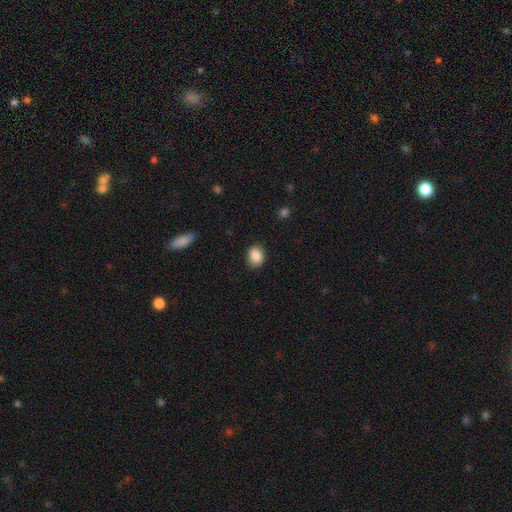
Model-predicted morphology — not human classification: Q: Smooth or featured?
A: smooth (88%); runner-up: star or artifact (8%)
Q: How rounded?
A: in between (52%); runner-up: round (47%)
Q: Merging?
A: none (87%); runner-up: minor disturbance (9%)